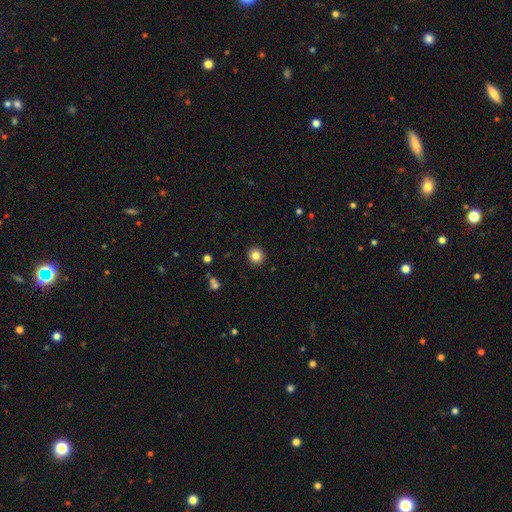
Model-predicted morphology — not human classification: This appears to be a smooth galaxy with no disk features (83%) that is round (93%). Merging: none (92%).